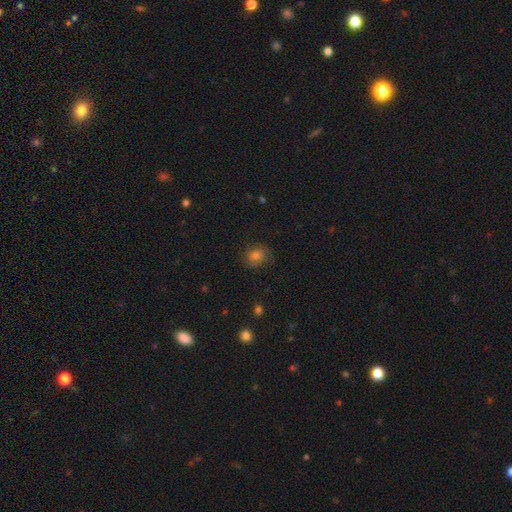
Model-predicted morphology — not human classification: Overall: smooth (70%). How rounded: round (68%; in between 31%). Merging: none (75%).